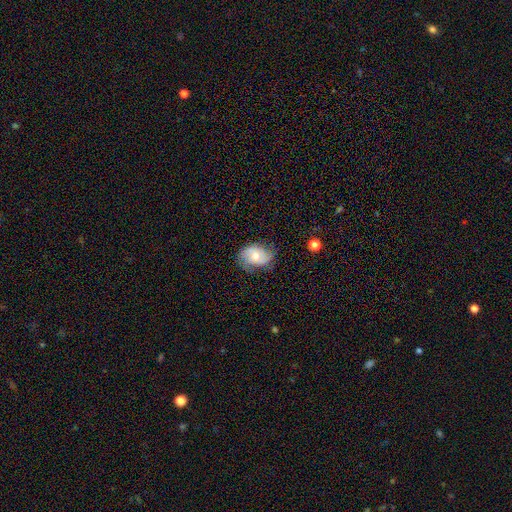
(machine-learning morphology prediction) Overall: featured or disk (62%; smooth 31%). Edge-on disk: no (97%). Bar: no (62%; weak 33%). Spiral arms: yes (89%). Spiral arm count: 2 (74%). Spiral winding: medium (44%; tight 30%). Bulge size: moderate (57%; small 35%). Merging: none (66%).